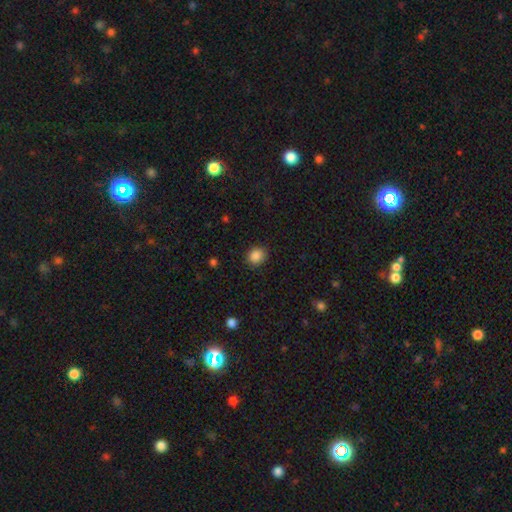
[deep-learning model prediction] The model was most divided on "how rounded": round: 74%, in between: 25%, cigar-shaped: 1%. More confident: merging — none (88%); smooth or featured — smooth (87%).